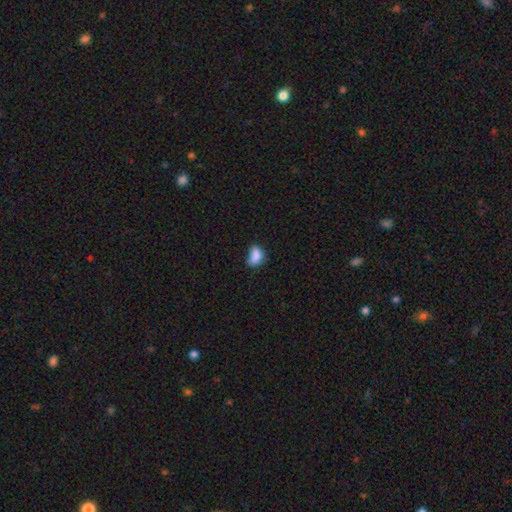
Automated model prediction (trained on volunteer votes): smooth 84%, star or artifact 10%, featured or disk 6%. Down the decision tree: how rounded — in between (82%); merging — none (46%).